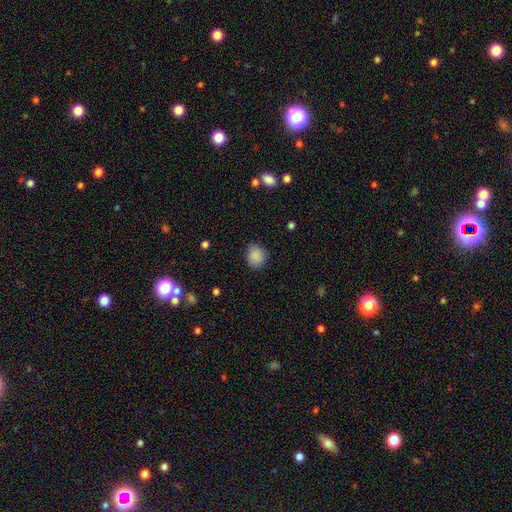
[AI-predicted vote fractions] This appears to be a smooth galaxy with no disk features (88%) that is round (75%). Merging: none (83%).